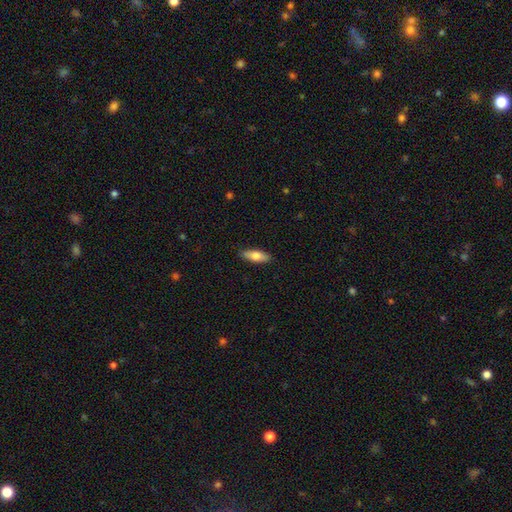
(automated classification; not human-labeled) Overall: smooth (73%). How rounded: in between (62%; cigar-shaped 36%). Merging: none (88%).